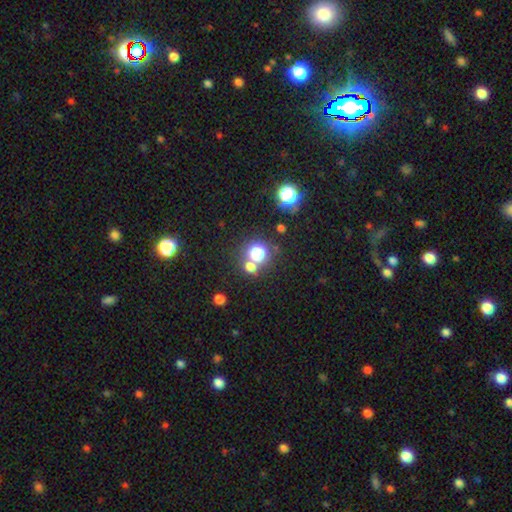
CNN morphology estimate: Q: Smooth or featured?
A: smooth (68%); runner-up: star or artifact (22%)
Q: How rounded?
A: round (83%); runner-up: in between (16%)
Q: Merging?
A: none (55%); runner-up: merger (33%)